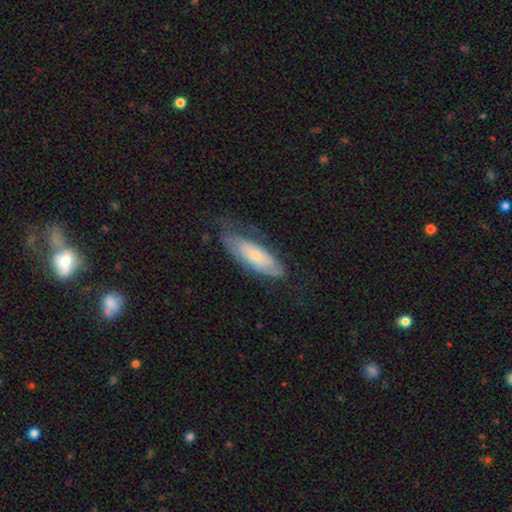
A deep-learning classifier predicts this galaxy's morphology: smooth-or-featured: featured or disk: 47% (tied) | smooth: 47% (tied) | star or artifact: 6%
  merging: none: 53% | minor disturbance: 29% | major disturbance: 16% | merger: 2%